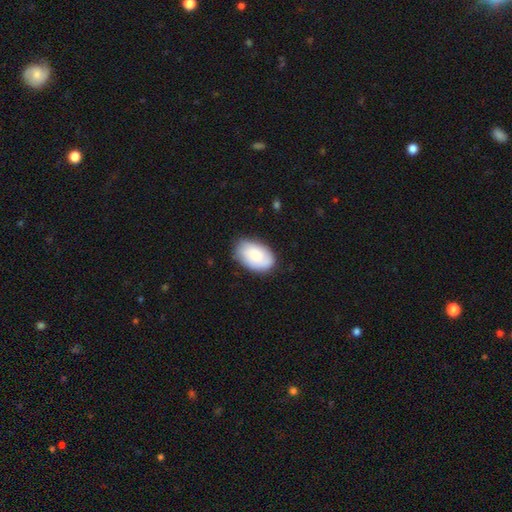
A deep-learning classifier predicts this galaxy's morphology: Smooth or featured? Predicted: smooth (p=0.82). How rounded? Predicted: in between (p=0.92). Merging? Predicted: none (p=0.79).